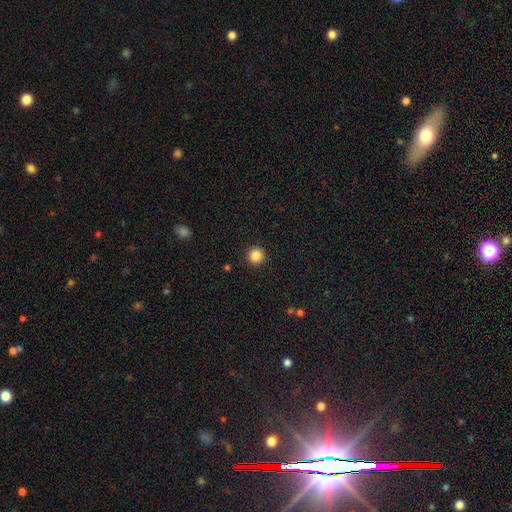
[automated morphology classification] A smooth galaxy with no disk features (86%) that is round (95%).

Vote fractions:
- Smooth or featured? smooth: 86% / star or artifact: 10% / featured or disk: 3%
- How rounded? round: 95% / in between: 4% / cigar-shaped: 1%
- Merging? none: 93% / minor disturbance: 5% / major disturbance: 2% / merger: 1%